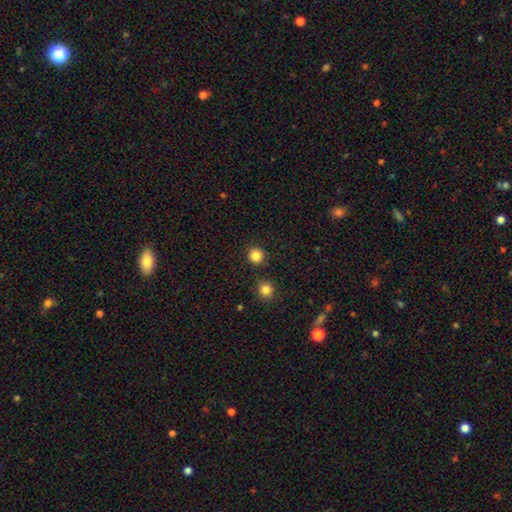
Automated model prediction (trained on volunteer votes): Smooth or featured? smooth (85%)
How rounded? round (94%)
Merging? none (90%)